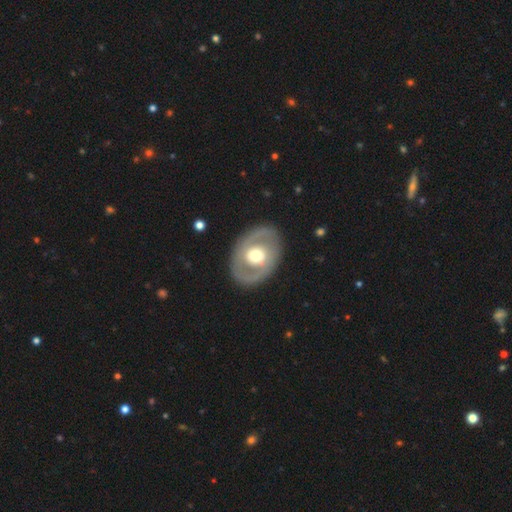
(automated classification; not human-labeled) Morphology: type=featured or disk (62%); edge-on=no (94%); bar=no (73%); spiral arms=no (70%); bulge=moderate (62%); merging=none (84%).